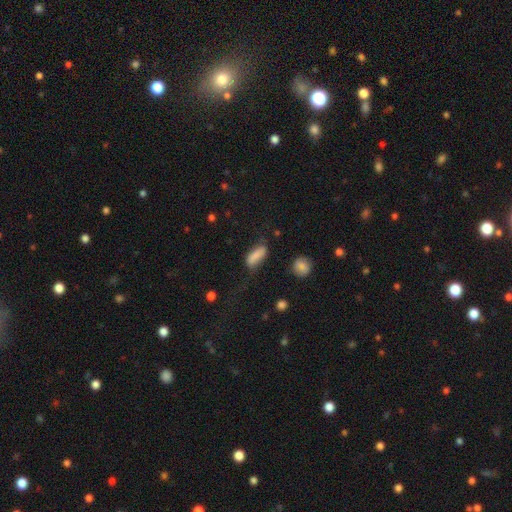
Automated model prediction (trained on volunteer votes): This appears to be a smooth galaxy with no disk features (80%) that is in between round and cigar-shaped (71%). Merging: none (56%).